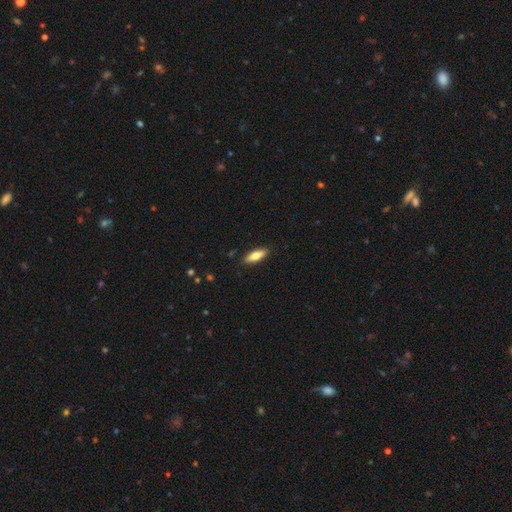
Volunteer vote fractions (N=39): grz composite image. It shows a smooth galaxy with no disk features (74%) that is in between round and cigar-shaped (83%). Merging: none (97%).